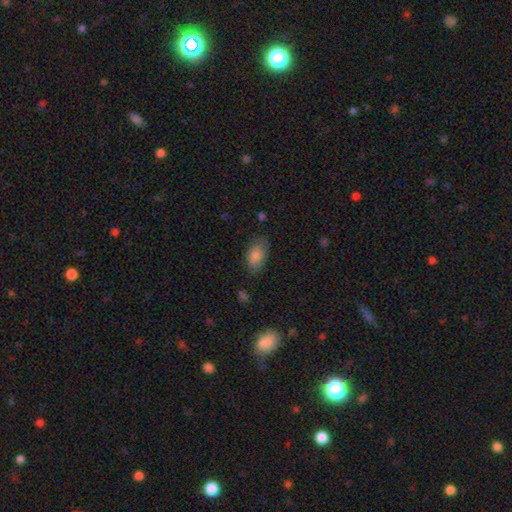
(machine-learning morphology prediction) The model was most divided on "merging": none: 76%, minor disturbance: 18%, major disturbance: 5%, merger: 2%. More confident: how rounded — in between (92%); smooth or featured — smooth (86%).